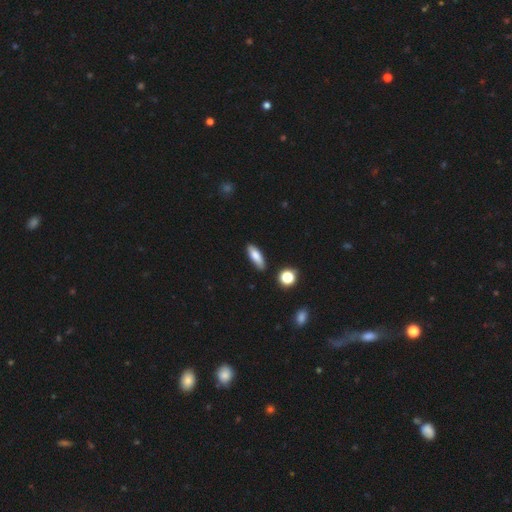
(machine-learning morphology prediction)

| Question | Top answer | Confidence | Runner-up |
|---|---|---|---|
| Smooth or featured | smooth | 79% | featured or disk (13%) |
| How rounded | in between | 58% | cigar-shaped (38%) |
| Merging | none | 81% | minor disturbance (14%) |